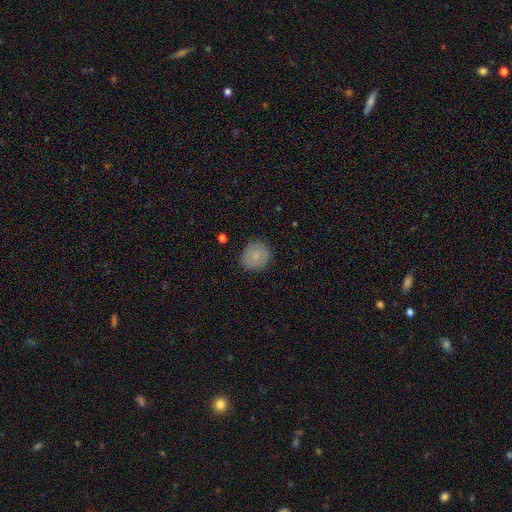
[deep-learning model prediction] Overall: smooth (76%). How rounded: round (82%). Merging: none (83%).